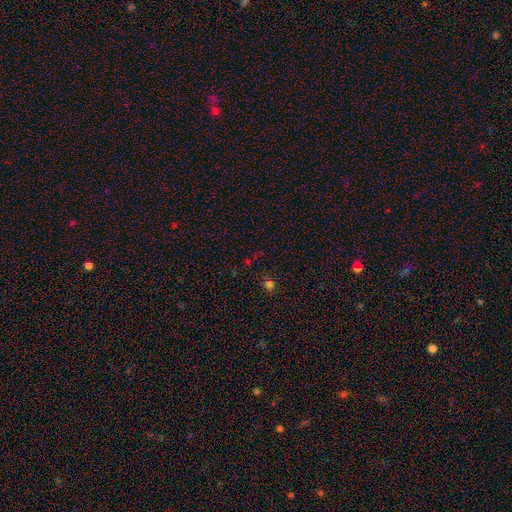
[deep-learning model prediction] Q: Smooth or featured?
A: star or artifact (54%); runner-up: smooth (39%)